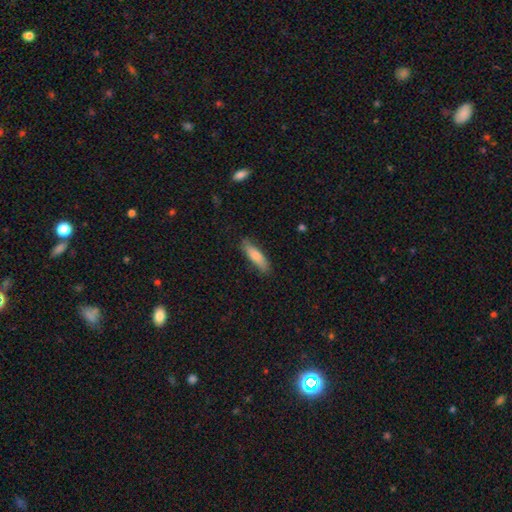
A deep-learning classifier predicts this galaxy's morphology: This appears to be a smooth galaxy with no disk features (80%) that is cigar-shaped (65%). Merging: none (83%).